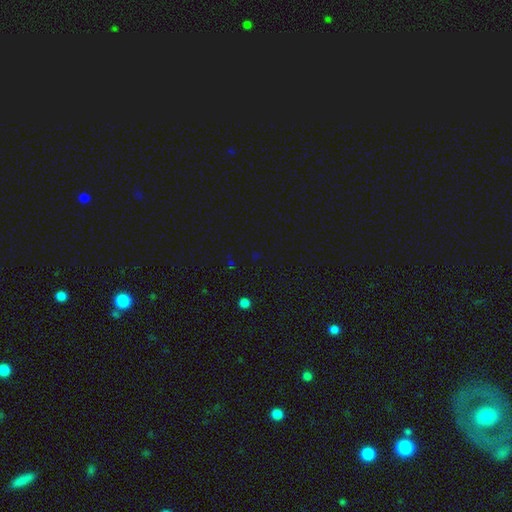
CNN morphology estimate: A star or artifact, not a galaxy (67%).